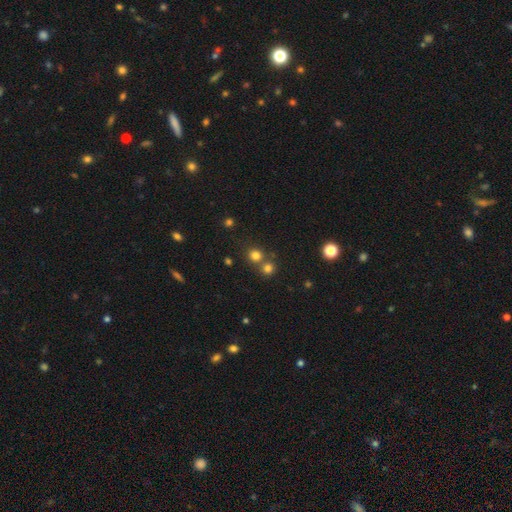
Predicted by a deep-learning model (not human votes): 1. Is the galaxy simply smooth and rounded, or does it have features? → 75% smooth, 18% star or artifact, 6% featured or disk.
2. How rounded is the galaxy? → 89% round, 10% in between, 1% cigar-shaped.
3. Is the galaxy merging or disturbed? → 63% none, 28% merger, 6% minor disturbance, 3% major disturbance.